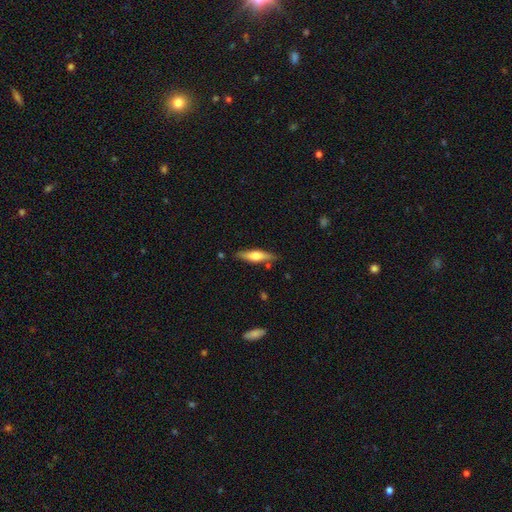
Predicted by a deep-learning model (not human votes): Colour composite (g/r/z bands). It shows a smooth galaxy with no disk features (53%) that is cigar-shaped (66%). Merging: none (81%).